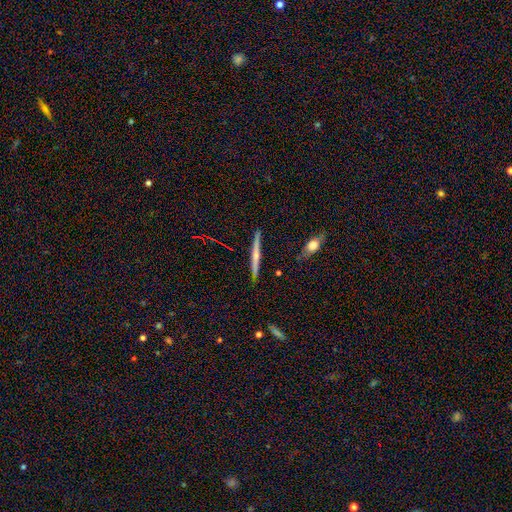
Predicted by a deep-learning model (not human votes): Smooth or featured? featured or disk (67%)
Edge-on disk? yes (97%)
Edge-on bulge? rounded (72%)
Merging? none (89%)